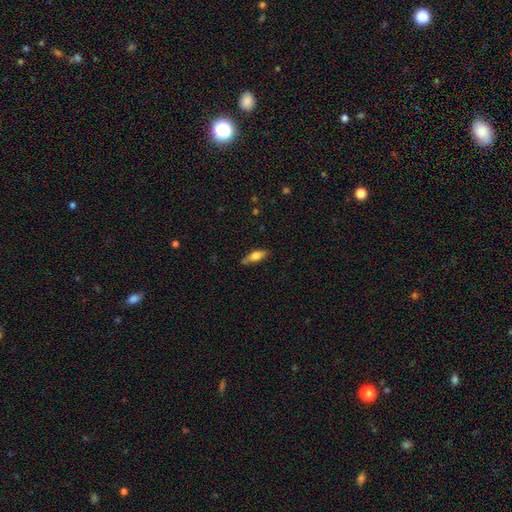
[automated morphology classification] The model was most divided on "how rounded": in between: 60%, cigar-shaped: 37%, round: 3%. More confident: merging — none (74%); smooth or featured — smooth (63%).